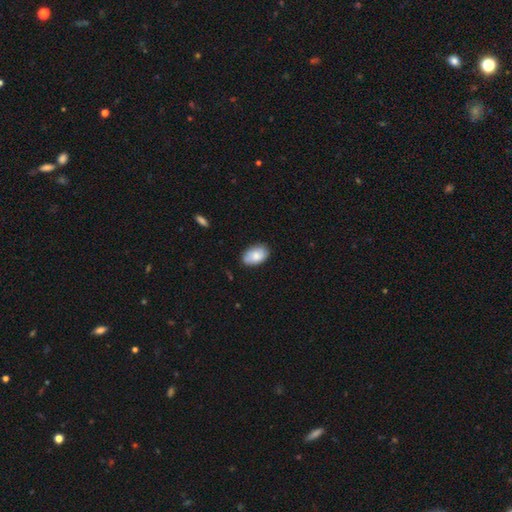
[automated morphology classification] This appears to be a smooth galaxy with no disk features (82%) that is in between round and cigar-shaped (91%). Merging: none (76%).